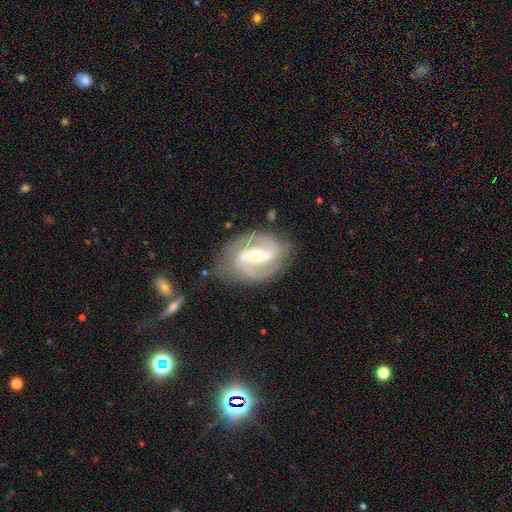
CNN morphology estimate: Smooth or featured? Predicted: featured or disk (p=0.89). Edge-on disk? Predicted: no (p=0.96). Bar? Predicted: strong (p=0.60). Spiral arms? Predicted: yes (p=0.96). Spiral winding? Predicted: medium (p=0.50). Spiral arm count? Predicted: 2 (p=0.90). Bulge size? Predicted: moderate (p=0.48). Merging? Predicted: none (p=0.77).